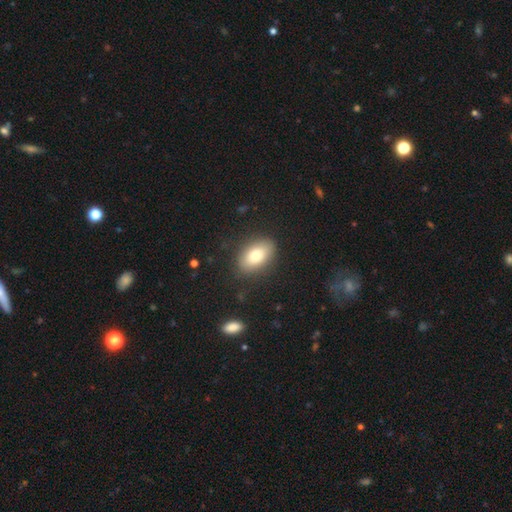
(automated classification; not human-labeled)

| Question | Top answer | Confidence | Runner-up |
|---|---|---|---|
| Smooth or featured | smooth | 76% | featured or disk (16%) |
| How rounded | in between | 89% | round (9%) |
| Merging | none | 85% | minor disturbance (10%) |